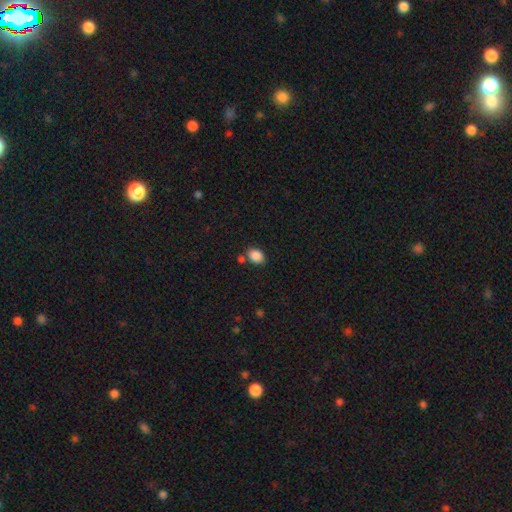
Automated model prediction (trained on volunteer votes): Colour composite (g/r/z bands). It shows a smooth galaxy with no disk features (87%) that is in between round and cigar-shaped (74%). Merging: none (71%).